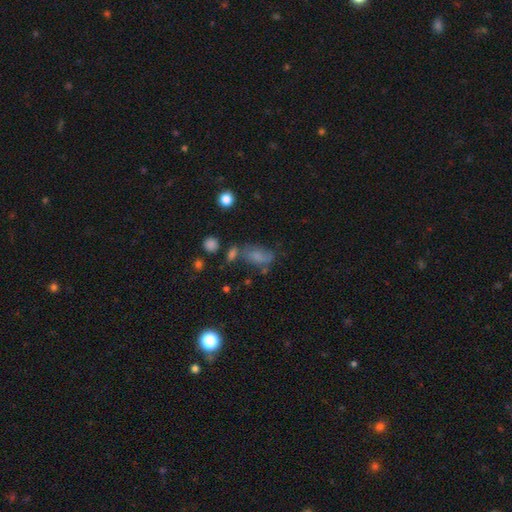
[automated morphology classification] type=smooth (55%); roundness=in between (81%); merging=none (48%).